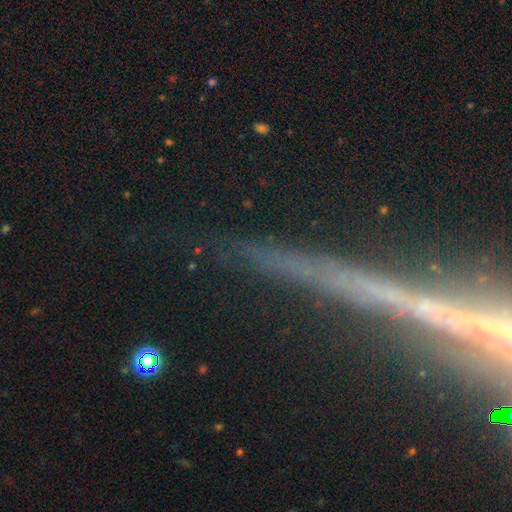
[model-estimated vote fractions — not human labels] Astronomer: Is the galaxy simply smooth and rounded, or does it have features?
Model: featured or disk — 43% (runner-up: star or artifact, 39%).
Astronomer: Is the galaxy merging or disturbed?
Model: none — 77%.